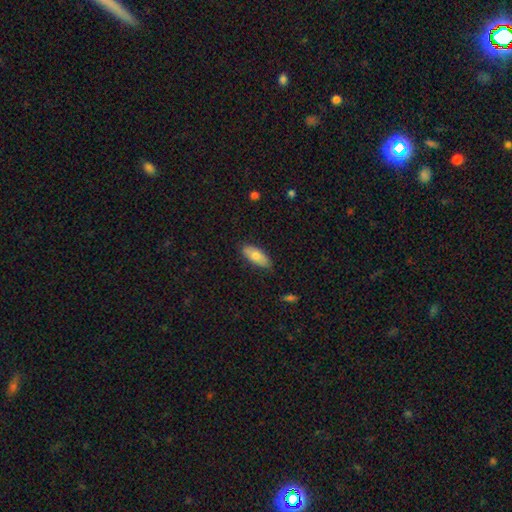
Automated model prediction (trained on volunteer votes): A smooth galaxy with no disk features (72%) that is in between round and cigar-shaped (80%).

Vote fractions:
- Smooth or featured? smooth: 72% / featured or disk: 21% / star or artifact: 6%
- How rounded? in between: 80% / cigar-shaped: 17% / round: 2%
- Merging? none: 81% / minor disturbance: 15% / major disturbance: 2% / merger: 1%